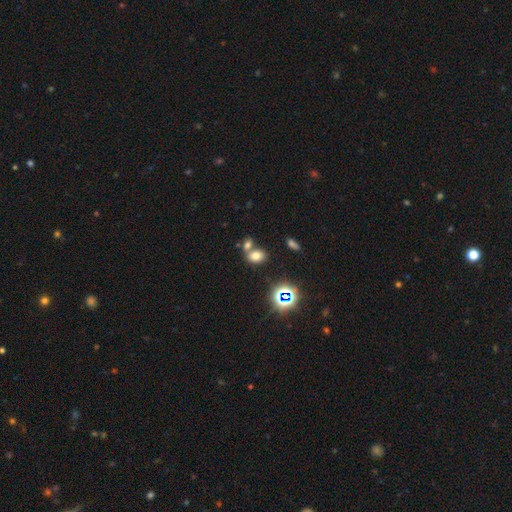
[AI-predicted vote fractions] smooth_or_featured: smooth (p=0.69) [alt: star or artifact p=0.20]
how_rounded: in between (p=0.73) [alt: round p=0.25]
merging: none (p=0.47) [alt: merger p=0.40]